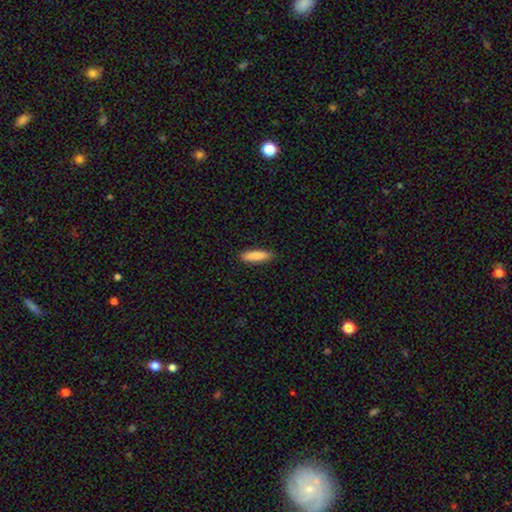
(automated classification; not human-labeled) This appears to be a smooth galaxy with no disk features (86%) that is cigar-shaped (66%). Merging: none (89%).